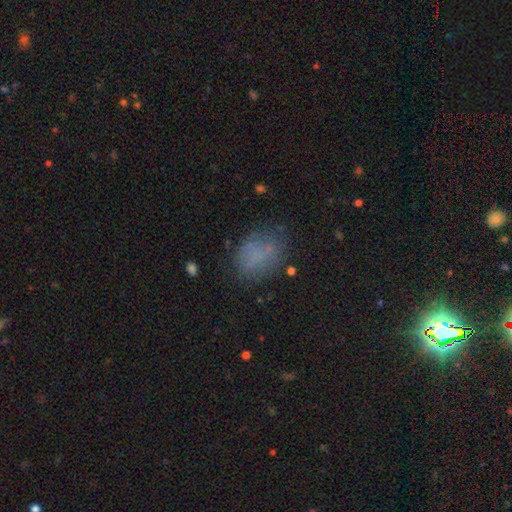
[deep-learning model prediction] The model was most divided on "how rounded": in between: 69%, round: 29%, cigar-shaped: 2%. More confident: smooth or featured — smooth (68%); merging — none (63%).